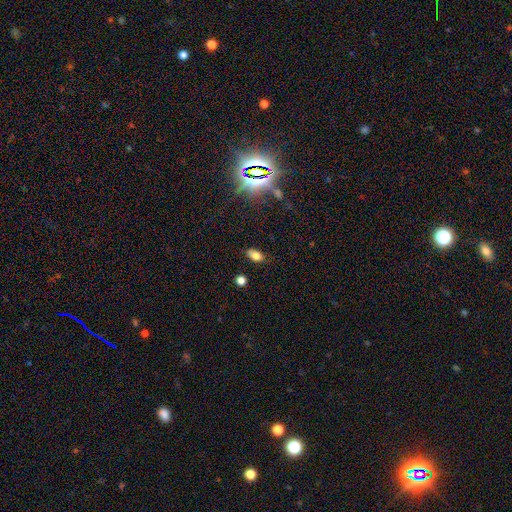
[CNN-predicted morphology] smooth_or_featured: smooth (p=0.75) [alt: star or artifact p=0.15]
how_rounded: in between (p=0.87) [alt: round p=0.08]
merging: none (p=0.77) [alt: minor disturbance p=0.16]